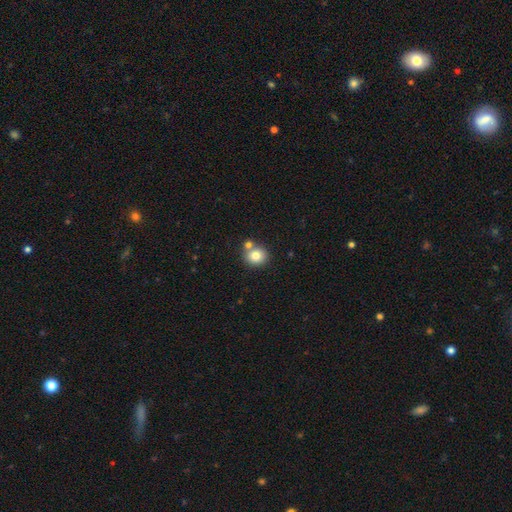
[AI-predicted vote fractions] Smooth or featured? Predicted: smooth (p=0.80). How rounded? Predicted: round (p=0.81). Merging? Predicted: none (p=0.63).